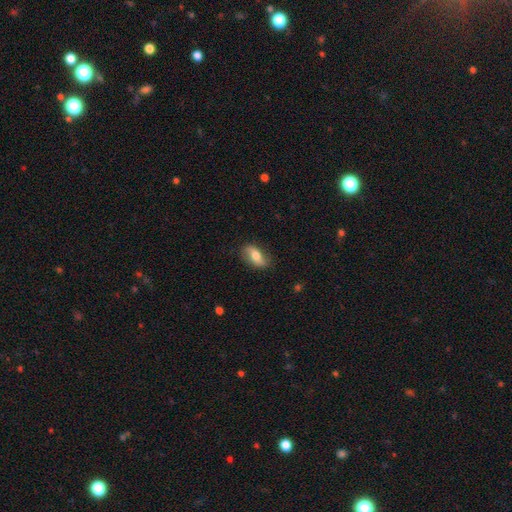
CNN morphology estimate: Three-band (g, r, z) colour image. It shows a smooth galaxy with no disk features (52%) that is in between round and cigar-shaped (83%). Merging: none (80%).